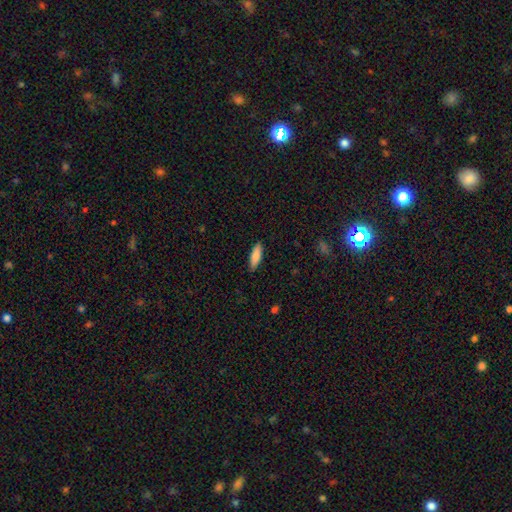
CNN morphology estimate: The model was most divided on "how rounded": cigar-shaped: 50%, in between: 49%, round: 2%. More confident: merging — none (88%); smooth or featured — smooth (86%).